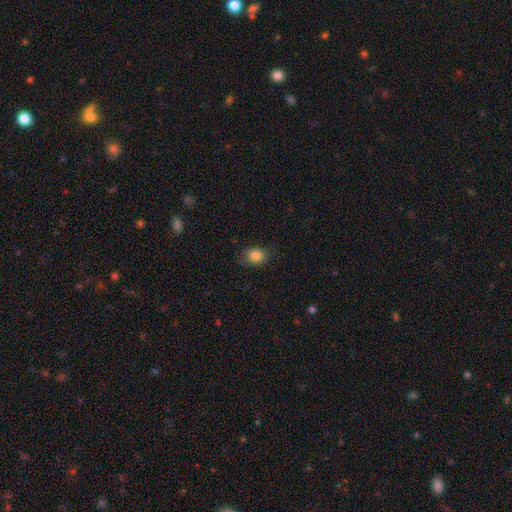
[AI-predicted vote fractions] Morphology: type=smooth (83%); roundness=in between (65%); merging=none (81%).